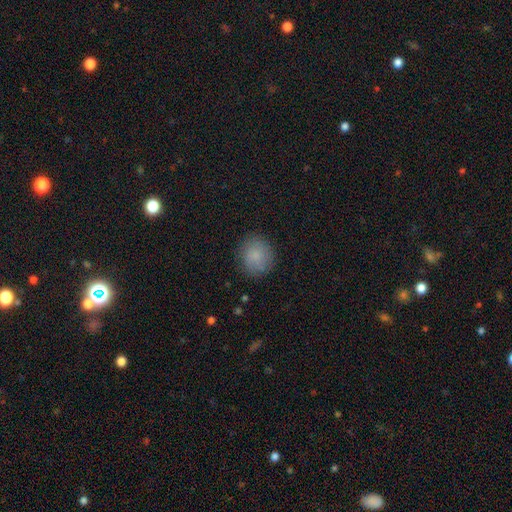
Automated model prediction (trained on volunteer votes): Smooth or featured: smooth — 83% (featured or disk — 9%)
How rounded: round — 76% (in between — 23%)
Merging: none — 82% (minor disturbance — 13%)